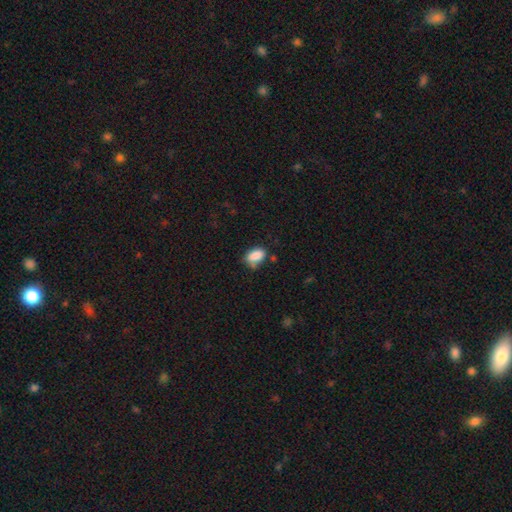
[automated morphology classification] smooth_or_featured: smooth (p=0.85) [alt: star or artifact p=0.09]
how_rounded: in between (p=0.89) [alt: round p=0.08]
merging: none (p=0.58) [alt: minor disturbance p=0.29]